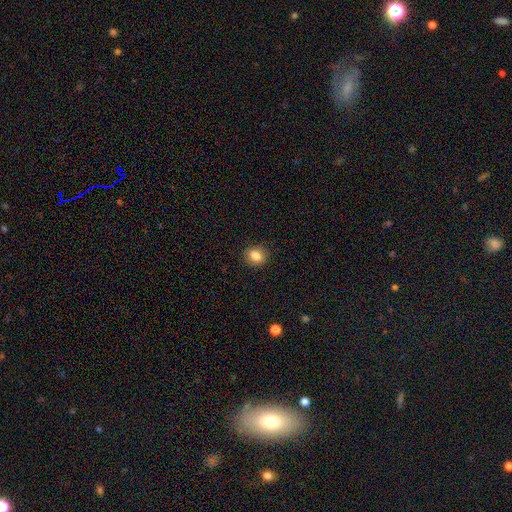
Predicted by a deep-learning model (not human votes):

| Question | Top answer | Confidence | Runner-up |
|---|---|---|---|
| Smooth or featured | smooth | 84% | star or artifact (10%) |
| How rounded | round | 57% | in between (42%) |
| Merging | none | 87% | minor disturbance (10%) |